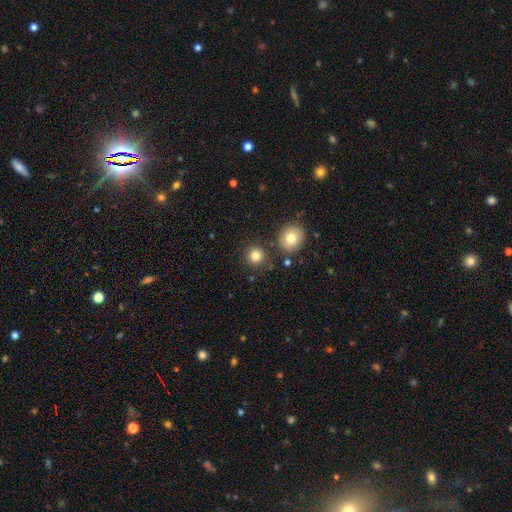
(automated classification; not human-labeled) The model was most divided on "smooth or featured": smooth: 82%, star or artifact: 12%, featured or disk: 6%. More confident: how rounded — round (91%); merging — none (84%).